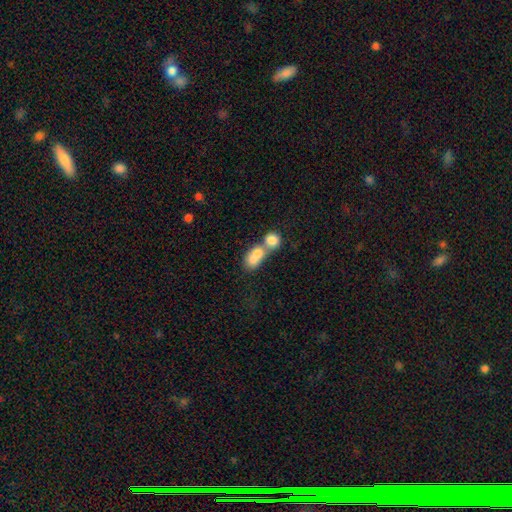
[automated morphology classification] This appears to be a smooth galaxy with no disk features (74%) that is in between round and cigar-shaped (64%). Merging: merger (74%).